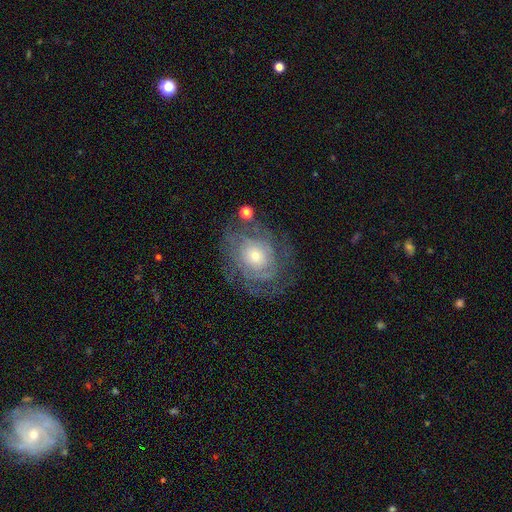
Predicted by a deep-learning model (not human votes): smooth-or-featured: featured or disk: 71% | smooth: 20% | star or artifact: 8%
  disk-edge-on: no: 96% | yes: 4%
    bar: no: 83% | weak: 14% | strong: 3%
    has-spiral-arms: yes: 78% | no: 22%
      spiral-winding: tight: 68% | medium: 23% | loose: 9%
      spiral-arm-count: can't tell: 57% | 2: 12% | 3: 10% | 4: 9% | more than 4: 7% | 1: 5%
    bulge-size: small: 51% | moderate: 39% | large: 6% | none: 1% | dominant: 1%
  merging: none: 69% | minor disturbance: 17% | major disturbance: 12% | merger: 2%